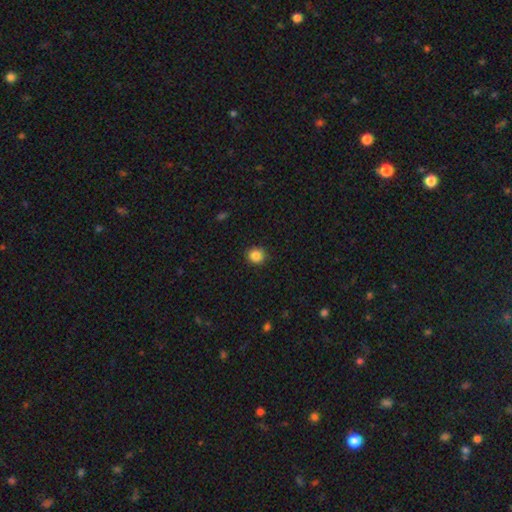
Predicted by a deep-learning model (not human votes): Smooth or featured? smooth (86%)
How rounded? round (89%)
Merging? none (90%)